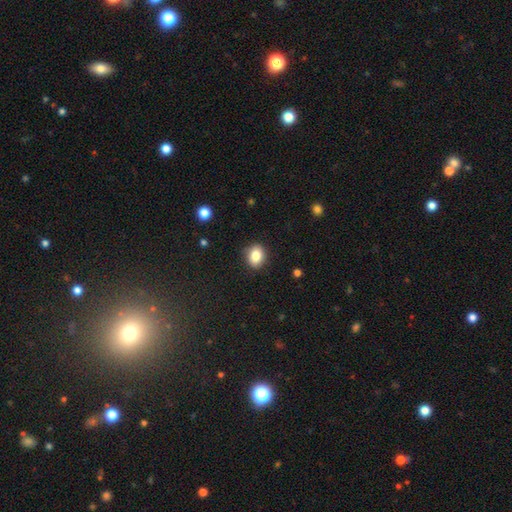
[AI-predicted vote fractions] smooth 85%, star or artifact 9%, featured or disk 6%. Down the decision tree: how rounded — round (50%); merging — none (87%).